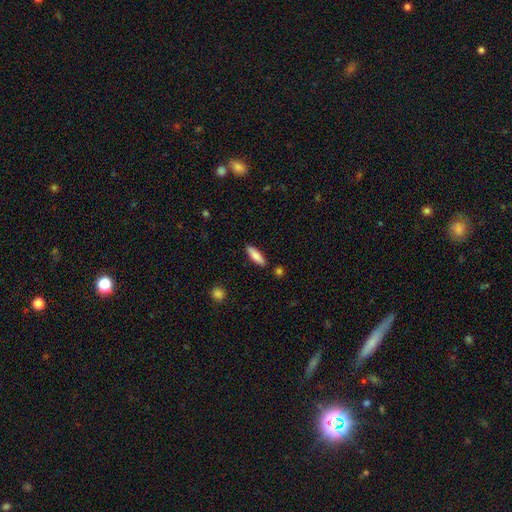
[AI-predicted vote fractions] Q: Smooth or featured?
A: smooth (80%); runner-up: featured or disk (14%)
Q: How rounded?
A: cigar-shaped (54%); runner-up: in between (45%)
Q: Merging?
A: none (87%); runner-up: minor disturbance (9%)